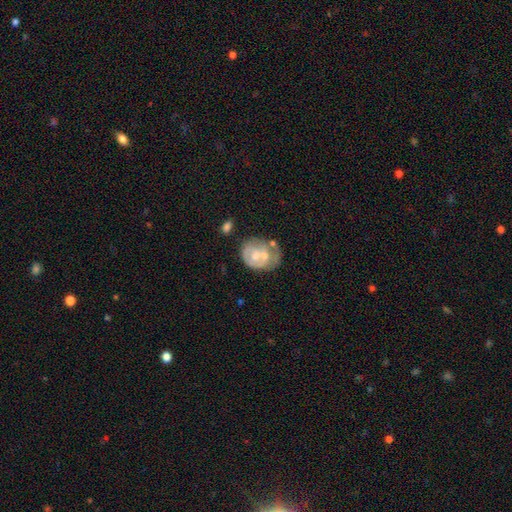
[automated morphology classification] featured or disk 54%, smooth 39%, star or artifact 6%. Down the decision tree: edge-on disk — no (98%); bar — no (84%); spiral arms — no (71%); bulge size — moderate (56%); merging — none (30%).